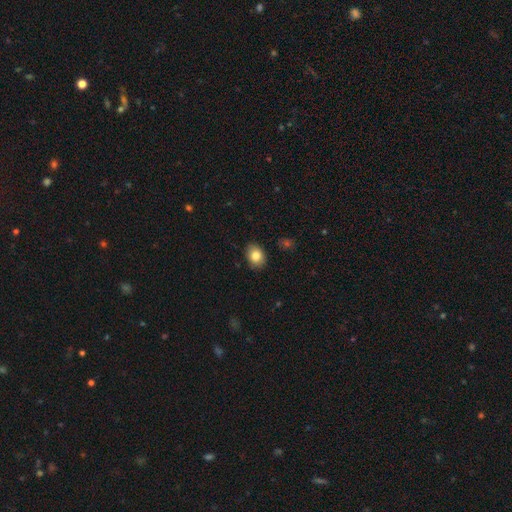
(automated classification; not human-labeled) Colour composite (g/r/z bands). It shows a smooth galaxy with no disk features (83%) that is in between round and cigar-shaped (63%). Merging: none (85%).